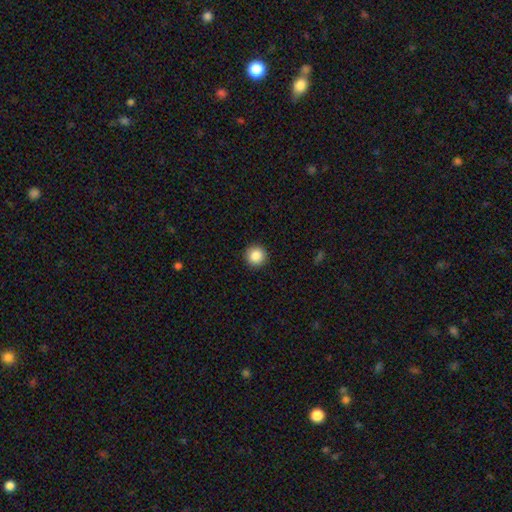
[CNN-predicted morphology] smooth_or_featured: smooth (p=0.87) [alt: star or artifact p=0.09]
how_rounded: round (p=0.95) [alt: in between p=0.04]
merging: none (p=0.93) [alt: minor disturbance p=0.05]